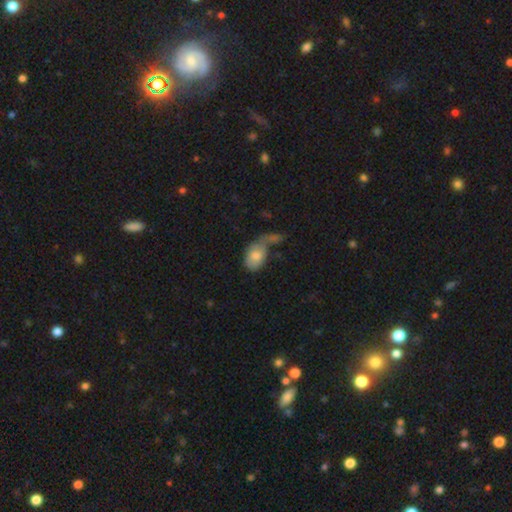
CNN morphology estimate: Smooth or featured?
  - smooth: 75% *
  - featured or disk: 18%
  - star or artifact: 7%
How rounded?
  - in between: 87% *
  - round: 11%
  - cigar-shaped: 2%
Merging?
  - merger: 32% *
  - none: 29%
  - major disturbance: 21%
  - minor disturbance: 17%